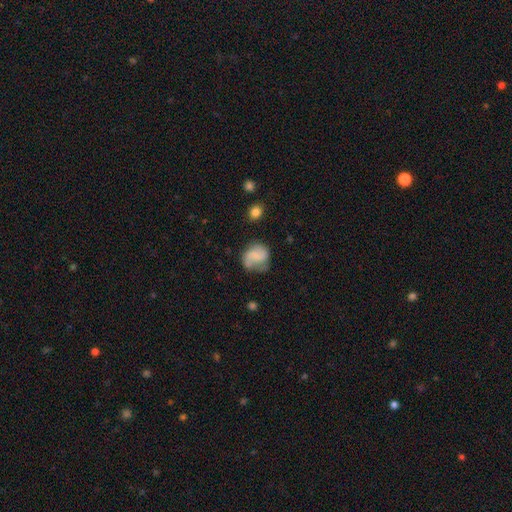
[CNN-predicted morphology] Q: Smooth or featured?
A: smooth (47%); runner-up: featured or disk (44%)
Q: Merging?
A: none (52%); runner-up: minor disturbance (26%)